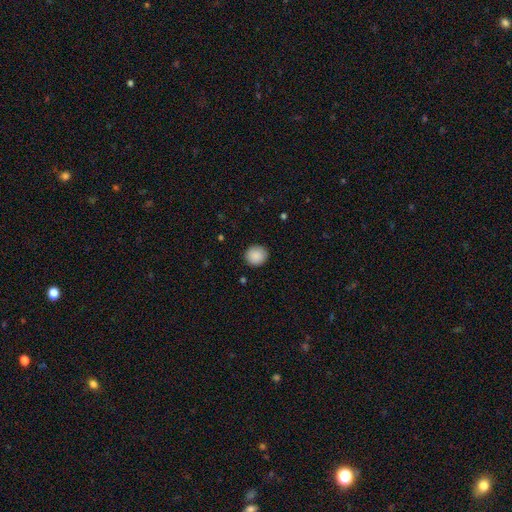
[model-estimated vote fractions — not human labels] smooth 89%, star or artifact 8%, featured or disk 3%. Down the decision tree: how rounded — round (92%); merging — none (90%).